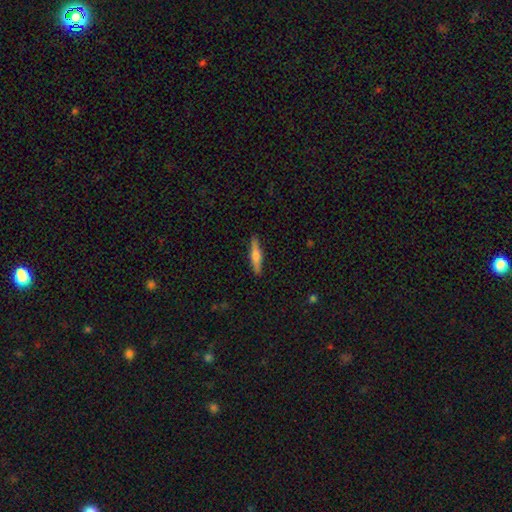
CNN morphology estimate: This is possibly a smooth galaxy (57%). How rounded: clearly cigar-shaped (85%). Merging: clearly none (88%).